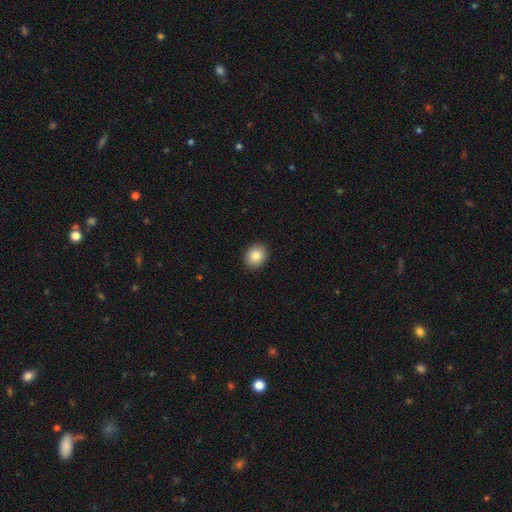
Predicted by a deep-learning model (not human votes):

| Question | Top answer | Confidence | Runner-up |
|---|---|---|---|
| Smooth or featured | smooth | 85% | star or artifact (8%) |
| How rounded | round | 62% | in between (37%) |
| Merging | none | 92% | minor disturbance (6%) |